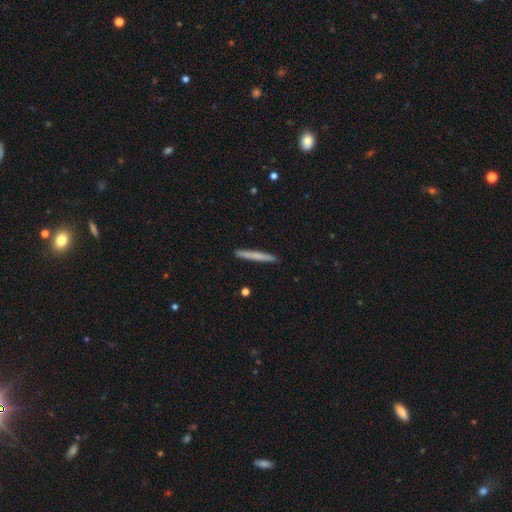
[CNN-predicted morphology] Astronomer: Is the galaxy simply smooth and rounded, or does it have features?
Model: smooth — 66%.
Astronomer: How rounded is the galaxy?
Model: cigar-shaped — 97%.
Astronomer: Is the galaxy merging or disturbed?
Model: none — 91%.